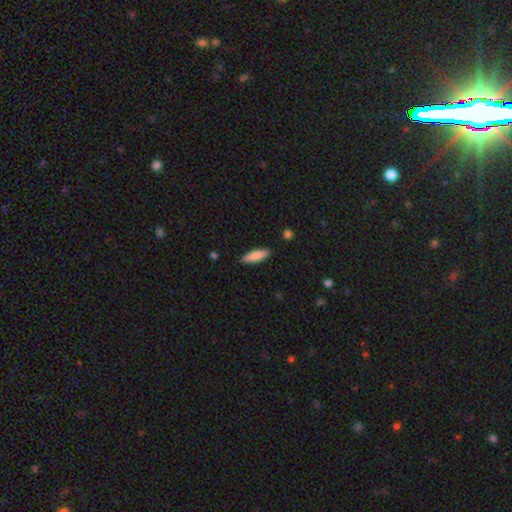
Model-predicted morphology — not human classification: Overall: smooth (82%). How rounded: cigar-shaped (55%; in between 43%). Merging: none (88%).